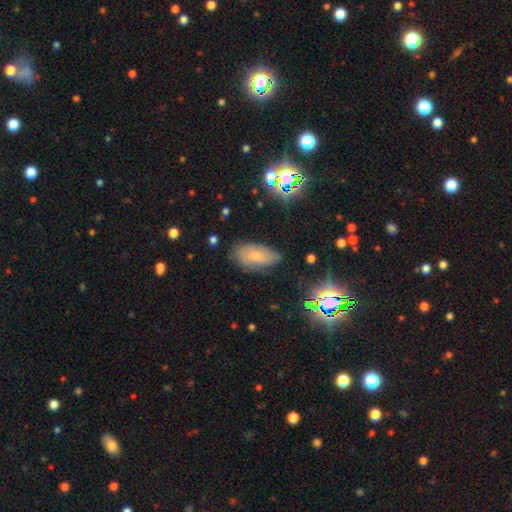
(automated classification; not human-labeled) smooth-or-featured: smooth: 59% | featured or disk: 25% | star or artifact: 15%
  how-rounded: in between: 92% | cigar-shaped: 5% | round: 4%
  merging: none: 71% | minor disturbance: 21% | major disturbance: 5% | merger: 2%